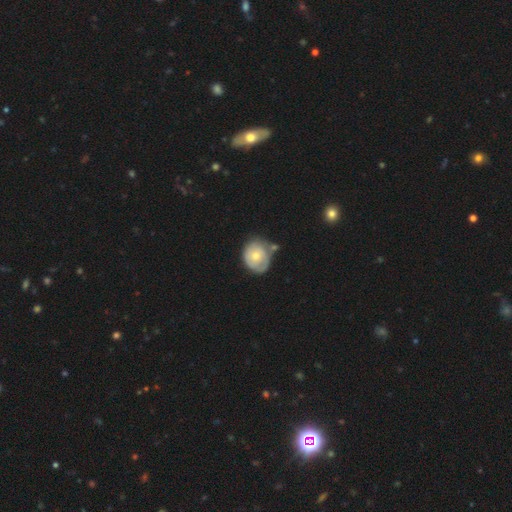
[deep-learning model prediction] A smooth galaxy with no disk features (53%) that is round (59%). Merging: none (48%).